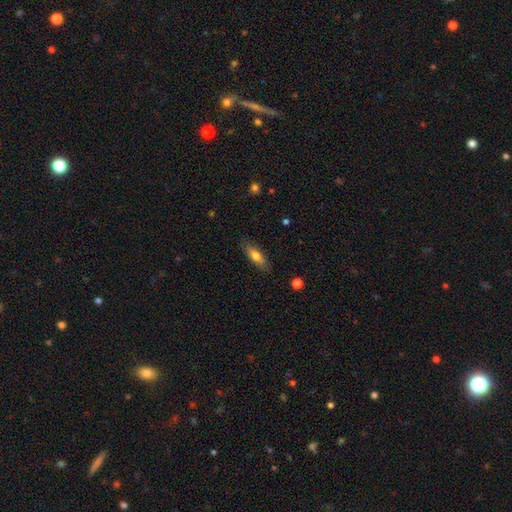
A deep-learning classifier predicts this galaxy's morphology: Smooth or featured? Predicted: smooth (p=0.70). How rounded? Predicted: in between (p=0.55). Merging? Predicted: none (p=0.85).